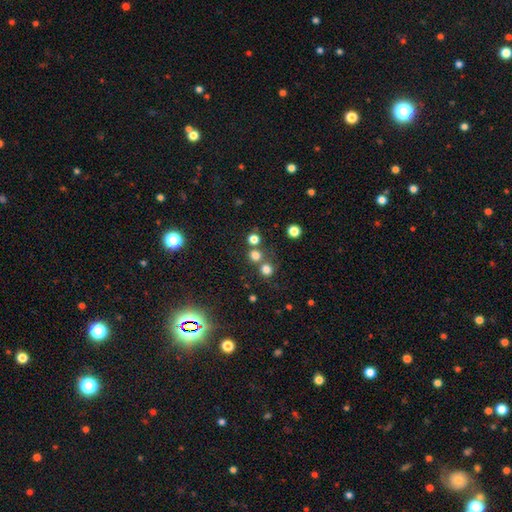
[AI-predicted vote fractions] smooth 73%, star or artifact 21%, featured or disk 6%. Down the decision tree: how rounded — round (91%); merging — none (66%).